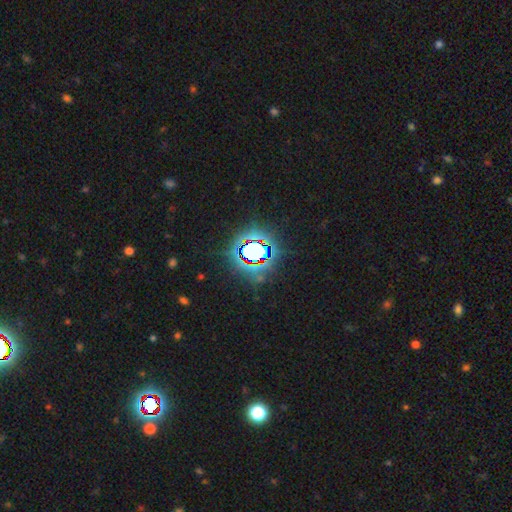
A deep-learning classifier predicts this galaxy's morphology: star or artifact 74%, smooth 15%, featured or disk 11%.